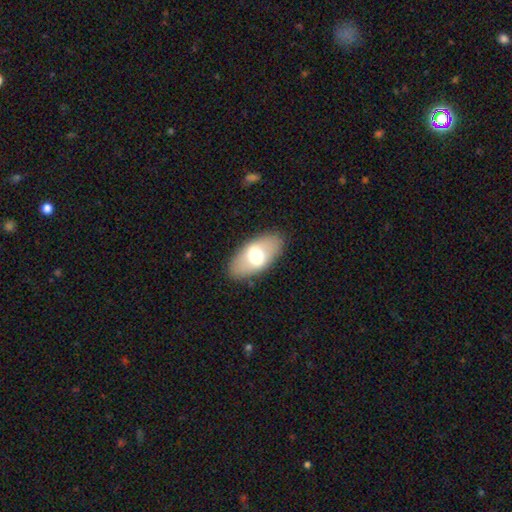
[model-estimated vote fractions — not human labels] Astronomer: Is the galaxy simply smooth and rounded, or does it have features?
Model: smooth — 60%.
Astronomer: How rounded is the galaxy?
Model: in between — 91%.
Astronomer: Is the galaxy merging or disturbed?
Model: none — 86%.